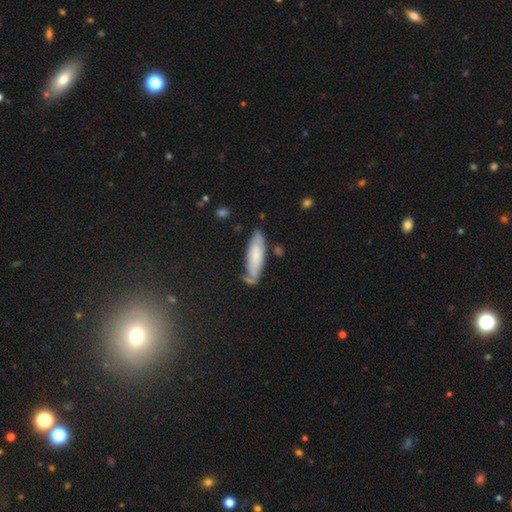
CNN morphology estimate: This appears to be a smooth galaxy with no disk features (69%) that is cigar-shaped (60%). Merging: none (71%).